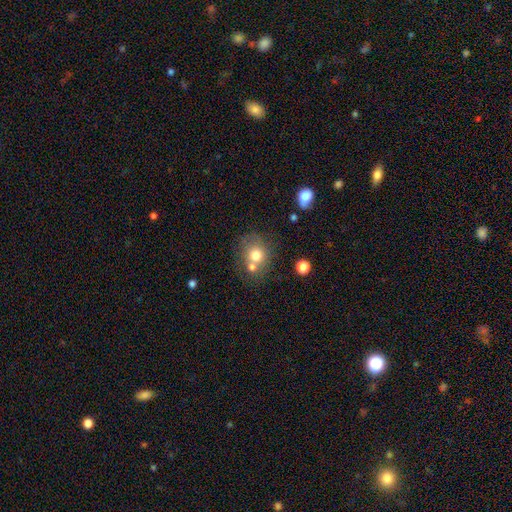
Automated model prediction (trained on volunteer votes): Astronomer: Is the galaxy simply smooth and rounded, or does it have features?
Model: smooth — 73%.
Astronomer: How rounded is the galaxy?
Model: round — 77%.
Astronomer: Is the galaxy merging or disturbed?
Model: none — 50% (runner-up: merger, 33%).